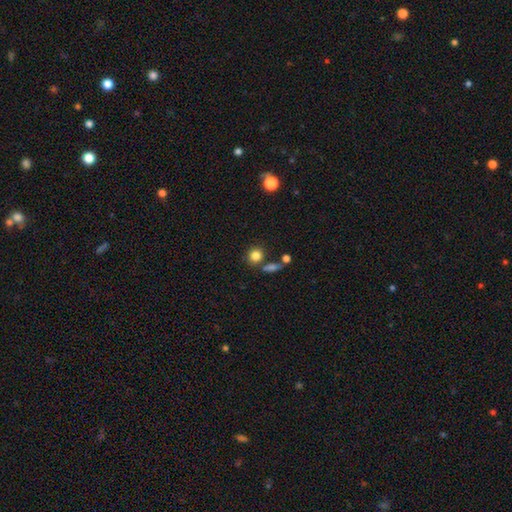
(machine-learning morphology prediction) type=smooth (83%); roundness=round (83%); merging=none (70%).